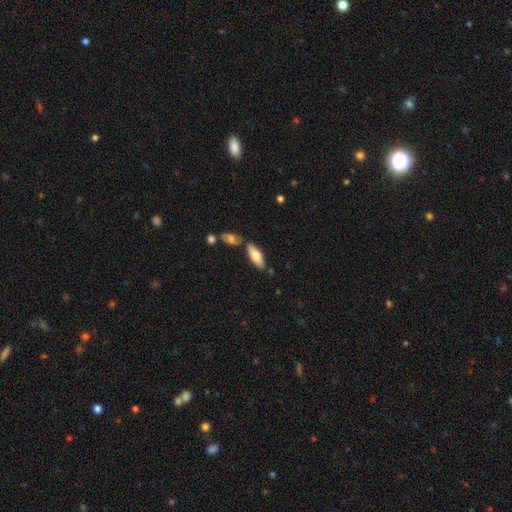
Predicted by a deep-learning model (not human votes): Smooth or featured?
  - smooth: 69% *
  - featured or disk: 26%
  - star or artifact: 6%
How rounded?
  - in between: 78% *
  - cigar-shaped: 20%
  - round: 2%
Merging?
  - none: 74% *
  - minor disturbance: 13%
  - merger: 11%
  - major disturbance: 3%